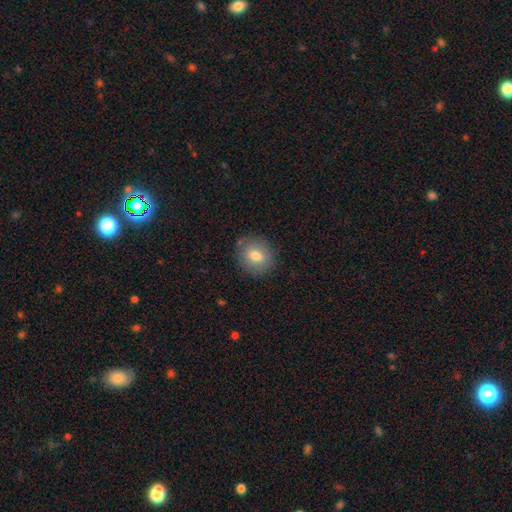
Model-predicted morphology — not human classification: Overall: smooth (76%). How rounded: round (81%). Merging: none (85%).